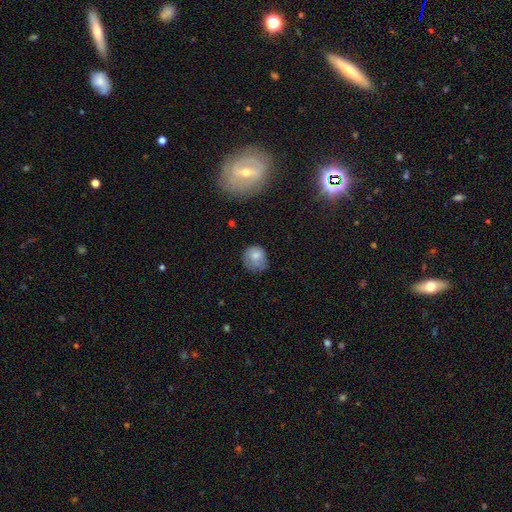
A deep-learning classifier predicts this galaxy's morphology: A smooth galaxy with no disk features (75%) that is round (73%). Merging: none (52%).